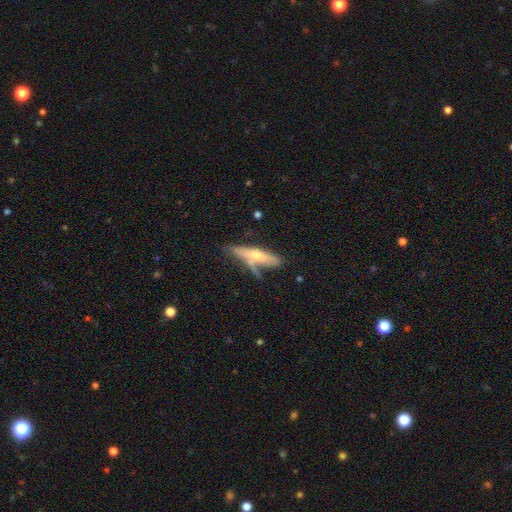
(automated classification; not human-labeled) A smooth galaxy with no disk features (51%) that is cigar-shaped (77%). Merging: none (50%).